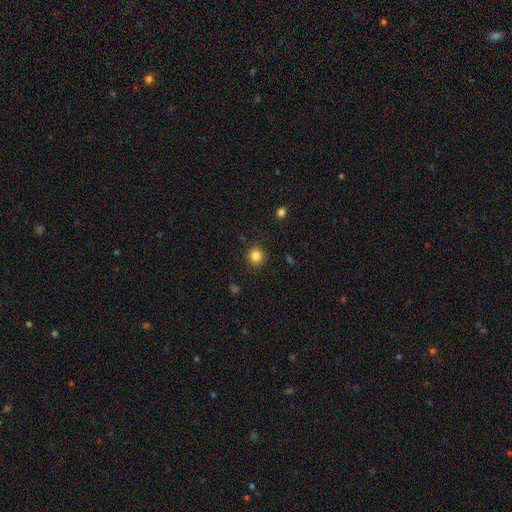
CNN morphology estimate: Smooth or featured?
  - smooth: 84% *
  - star or artifact: 12%
  - featured or disk: 5%
How rounded?
  - round: 86% *
  - in between: 14%
  - cigar-shaped: 1%
Merging?
  - none: 89% *
  - minor disturbance: 8%
  - major disturbance: 2%
  - merger: 1%